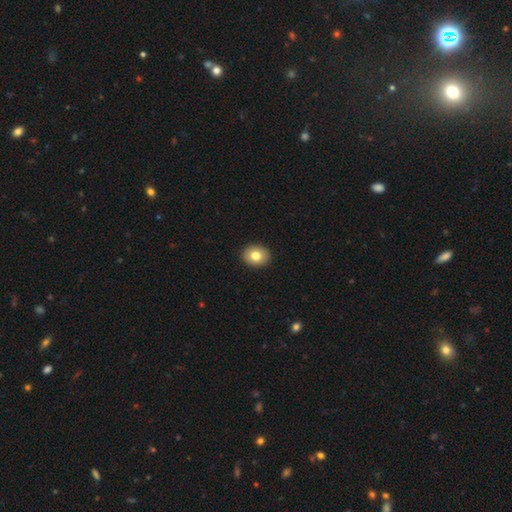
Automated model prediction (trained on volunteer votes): Smooth or featured?
  - smooth: 80% *
  - featured or disk: 12%
  - star or artifact: 8%
How rounded?
  - round: 50% * (tied)
  - in between: 50% * (tied)
  - cigar-shaped: 1%
Merging?
  - none: 92% *
  - minor disturbance: 6%
  - major disturbance: 2%
  - merger: 1%